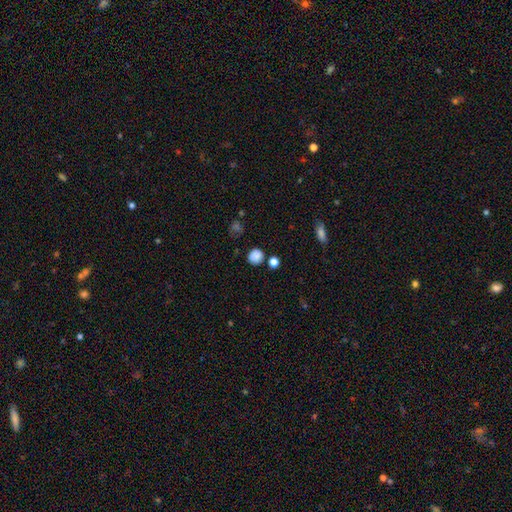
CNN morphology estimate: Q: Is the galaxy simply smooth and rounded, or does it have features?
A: smooth — 83%.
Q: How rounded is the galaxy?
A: round — 88%.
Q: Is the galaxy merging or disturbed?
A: none — 79%.